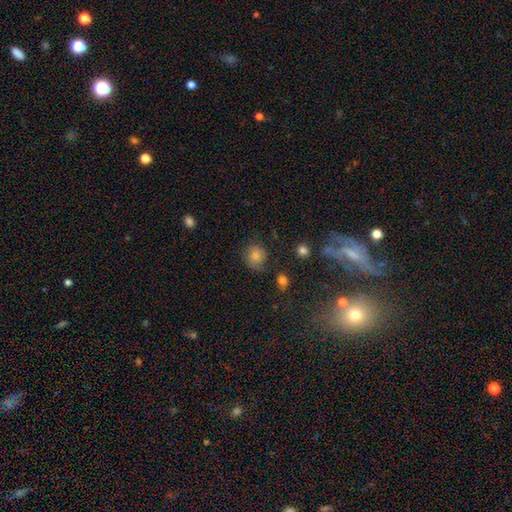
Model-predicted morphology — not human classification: Smooth or featured?
  - smooth: 73% *
  - featured or disk: 16%
  - star or artifact: 11%
How rounded?
  - round: 78% *
  - in between: 21%
  - cigar-shaped: 1%
Merging?
  - none: 67% *
  - minor disturbance: 21%
  - major disturbance: 9%
  - merger: 3%